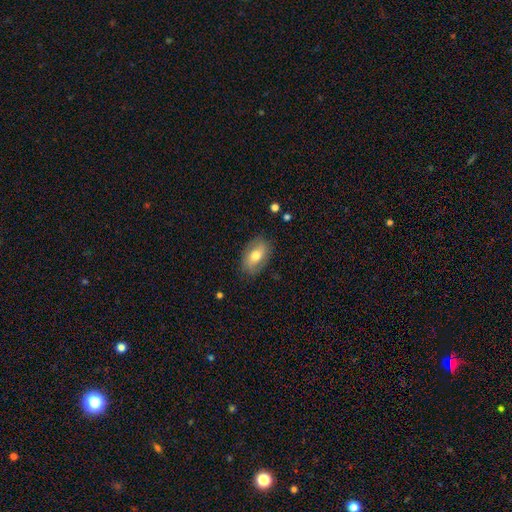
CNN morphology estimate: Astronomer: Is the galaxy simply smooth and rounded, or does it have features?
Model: smooth — 61%.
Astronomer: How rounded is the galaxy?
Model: in between — 88%.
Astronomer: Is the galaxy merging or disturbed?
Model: none — 82%.